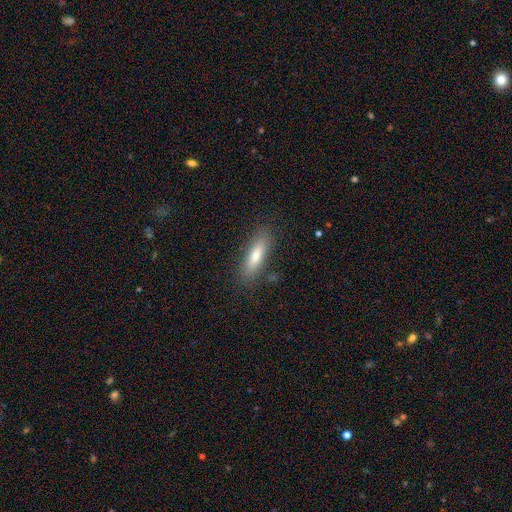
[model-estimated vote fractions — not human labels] Smooth or featured: smooth — 72% (featured or disk — 21%)
How rounded: cigar-shaped — 60% (in between — 38%)
Merging: none — 85% (minor disturbance — 11%)